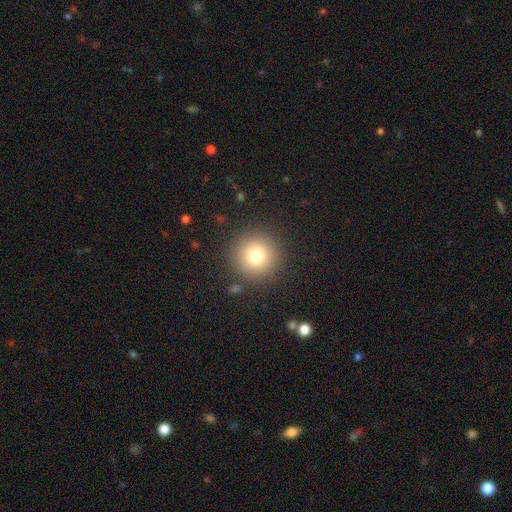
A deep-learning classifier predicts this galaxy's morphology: smooth-or-featured: smooth: 77% | star or artifact: 13% | featured or disk: 10%
  how-rounded: round: 96% | in between: 3% | cigar-shaped: 1%
  merging: none: 89% | minor disturbance: 6% | major disturbance: 3% | merger: 2%